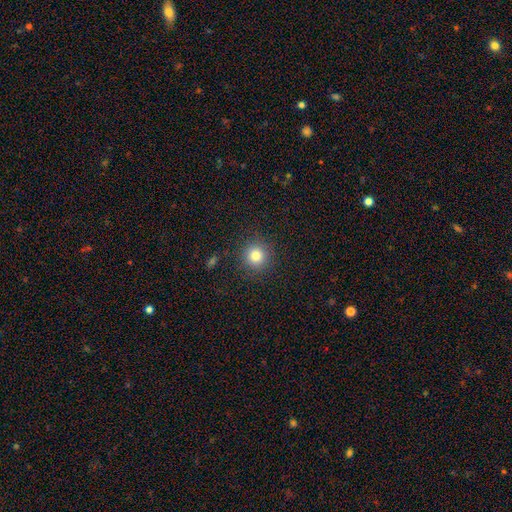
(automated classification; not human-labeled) A smooth galaxy with no disk features (82%) that is round (94%). Merging: none (90%).